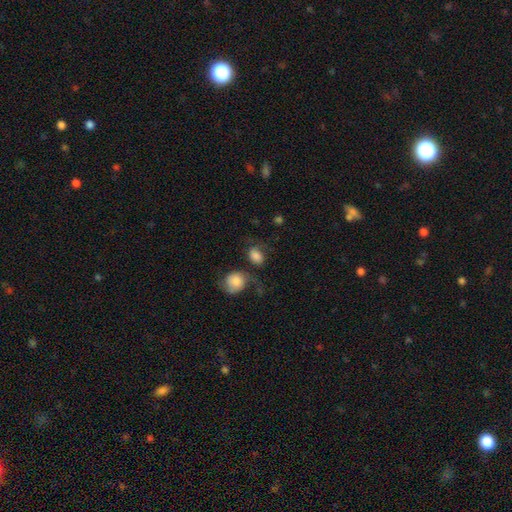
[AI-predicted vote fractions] Q: Smooth or featured?
A: smooth (75%); runner-up: featured or disk (16%)
Q: How rounded?
A: in between (66%); runner-up: round (33%)
Q: Merging?
A: none (39%); runner-up: merger (25%)